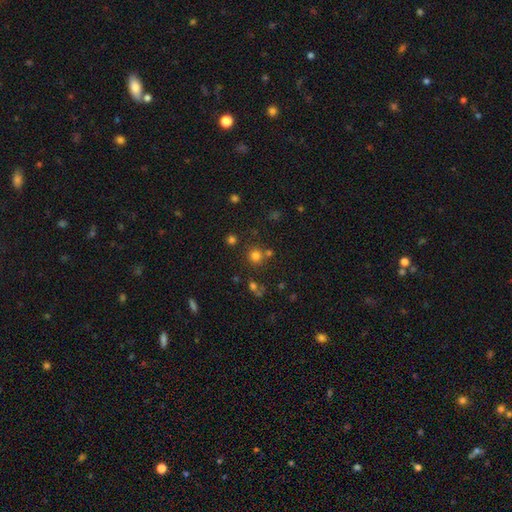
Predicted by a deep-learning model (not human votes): This is likely a smooth galaxy (75%). How rounded: clearly round (92%). Merging: likely none (76%).